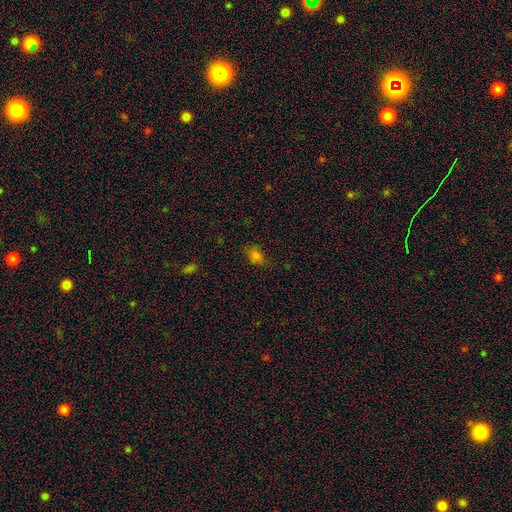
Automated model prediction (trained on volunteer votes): smooth-or-featured: smooth: 76% | star or artifact: 18% | featured or disk: 5%
  how-rounded: in between: 70% | round: 28% | cigar-shaped: 2%
  merging: none: 72% | minor disturbance: 20% | major disturbance: 6% | merger: 2%